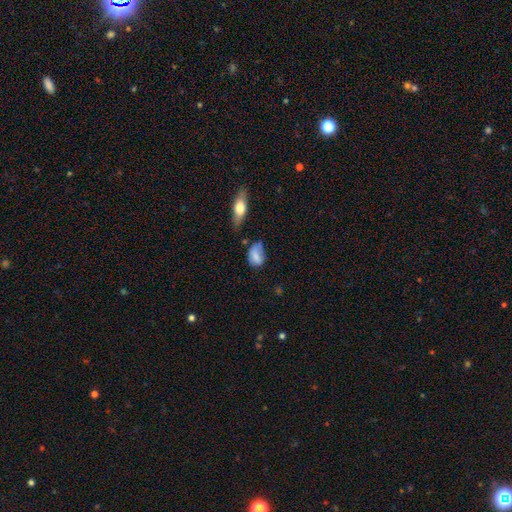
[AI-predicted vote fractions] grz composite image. It shows a smooth galaxy with no disk features (76%) that is in between round and cigar-shaped (81%). Merging: none (40%).